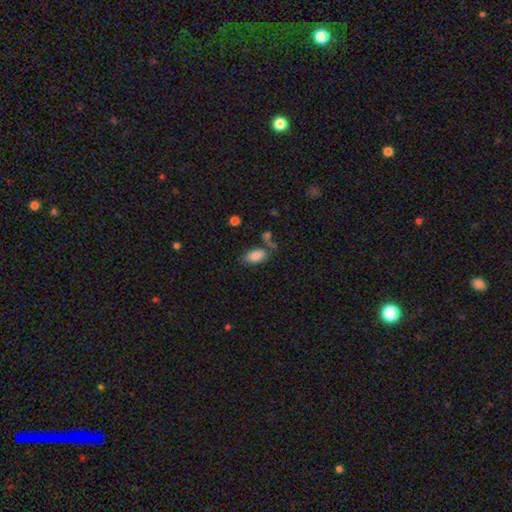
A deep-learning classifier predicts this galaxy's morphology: Smooth or featured? smooth (86%)
How rounded? in between (93%)
Merging? none (64%)